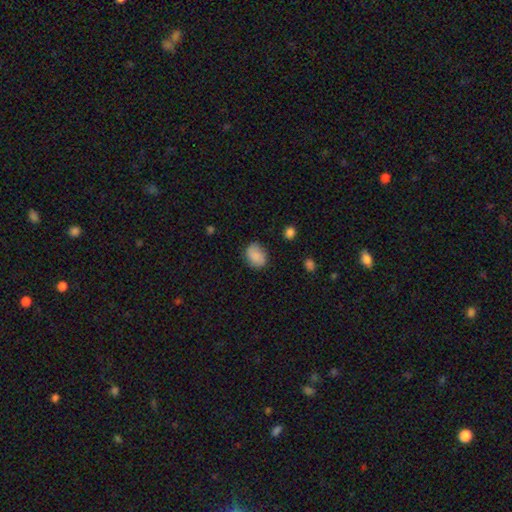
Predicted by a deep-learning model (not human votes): This is clearly a smooth galaxy (81%). How rounded: likely in between (63%). Merging: likely none (75%).